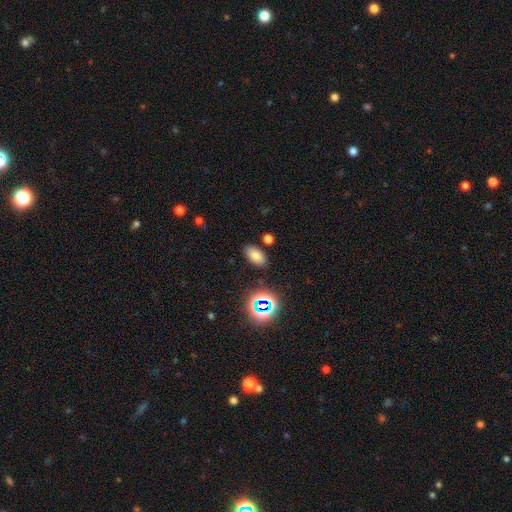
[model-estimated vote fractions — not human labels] Smooth or featured?
  - smooth: 74% *
  - star or artifact: 18%
  - featured or disk: 9%
How rounded?
  - in between: 91% *
  - round: 6%
  - cigar-shaped: 3%
Merging?
  - none: 84% *
  - minor disturbance: 10%
  - merger: 4%
  - major disturbance: 3%